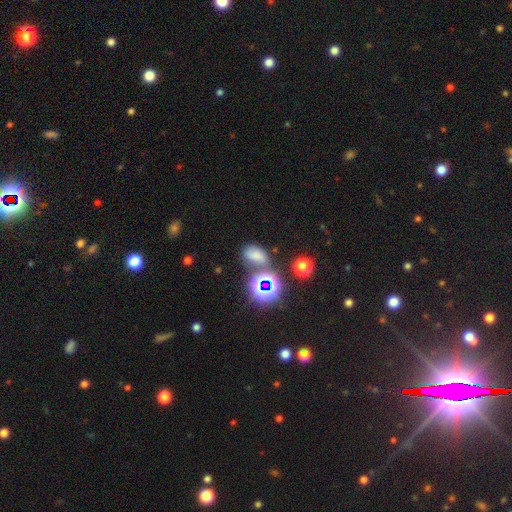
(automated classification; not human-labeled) Smooth or featured?
  - smooth: 55% *
  - star or artifact: 34%
  - featured or disk: 11%
How rounded?
  - in between: 74% *
  - round: 23%
  - cigar-shaped: 3%
Merging?
  - none: 52% *
  - minor disturbance: 20%
  - merger: 18%
  - major disturbance: 10%